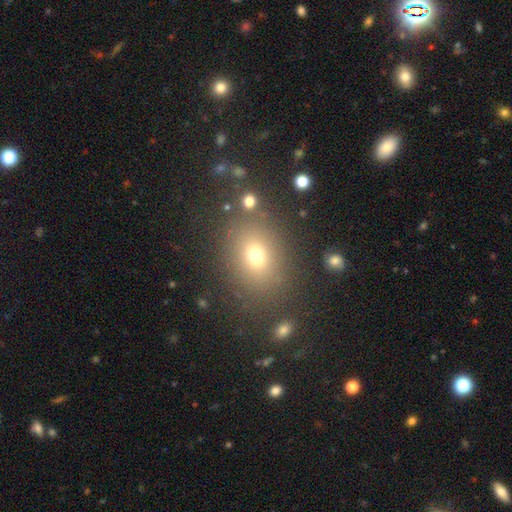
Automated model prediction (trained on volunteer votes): smooth_or_featured: smooth (p=0.70) [alt: star or artifact p=0.18]
how_rounded: in between (p=0.55) [alt: round p=0.44]
merging: none (p=0.81) [alt: minor disturbance p=0.10]